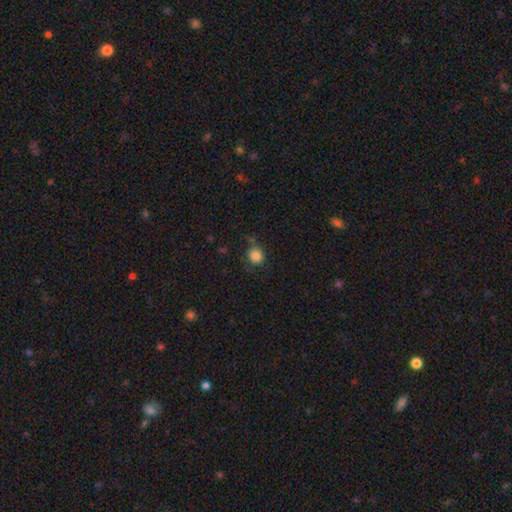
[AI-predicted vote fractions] Smooth or featured?
  - smooth: 85% *
  - star or artifact: 10%
  - featured or disk: 5%
How rounded?
  - round: 82% *
  - in between: 17%
  - cigar-shaped: 1%
Merging?
  - none: 71% *
  - minor disturbance: 18%
  - major disturbance: 6%
  - merger: 5%